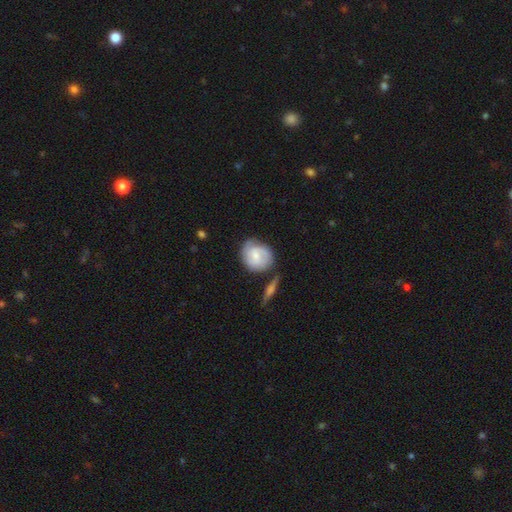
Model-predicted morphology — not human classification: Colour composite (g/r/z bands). It shows a featured or disk galaxy (59%) with no bar (51%), spiral arms (88%) and a small central bulge (48%). Merging: none (60%).